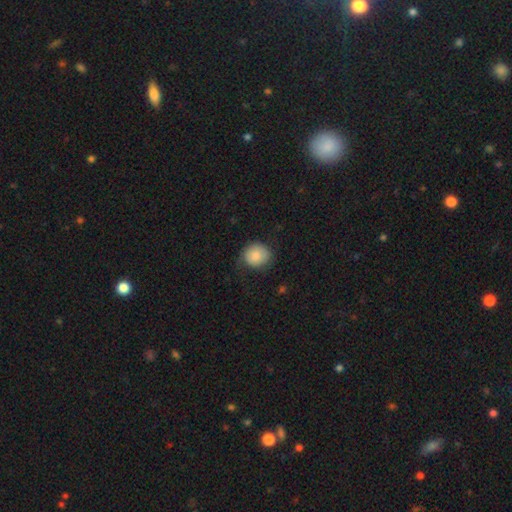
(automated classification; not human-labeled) smooth-or-featured: smooth: 80% | featured or disk: 13% | star or artifact: 7%
  how-rounded: round: 81% | in between: 18% | cigar-shaped: 1%
  merging: none: 60% | minor disturbance: 28% | major disturbance: 11% | merger: 1%